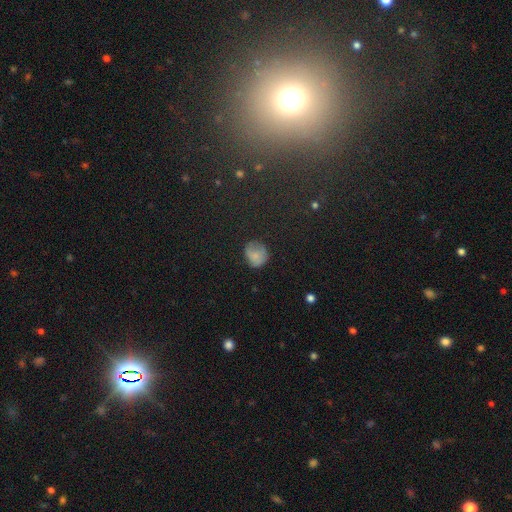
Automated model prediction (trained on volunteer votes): Smooth or featured? Predicted: smooth (p=0.73). How rounded? Predicted: round (p=0.75). Merging? Predicted: none (p=0.65).